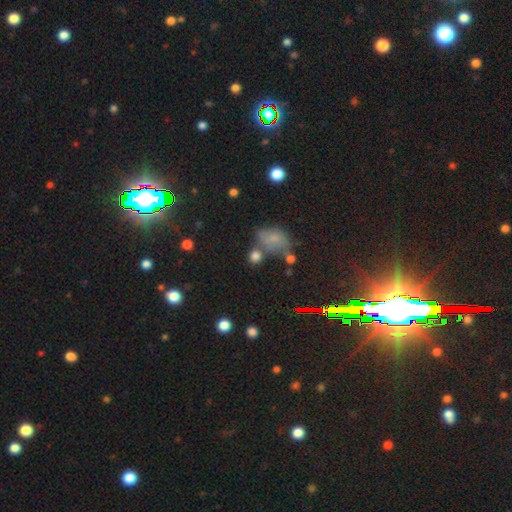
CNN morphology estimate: The model was most divided on "merging": none: 57%, merger: 22%, minor disturbance: 14%, major disturbance: 7%. More confident: smooth or featured — smooth (77%); how rounded — round (73%).